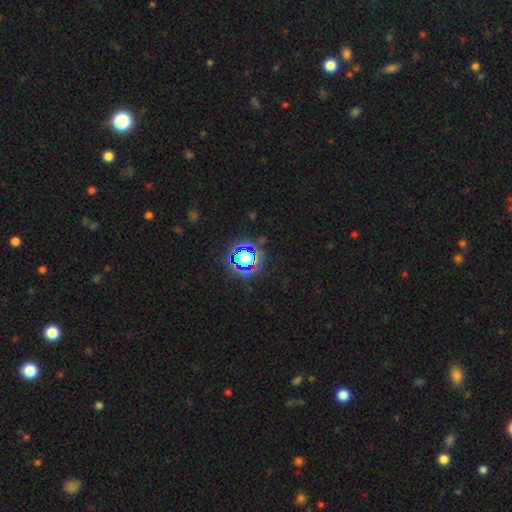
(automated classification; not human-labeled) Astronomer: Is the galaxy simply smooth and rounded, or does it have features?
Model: star or artifact — 76%.